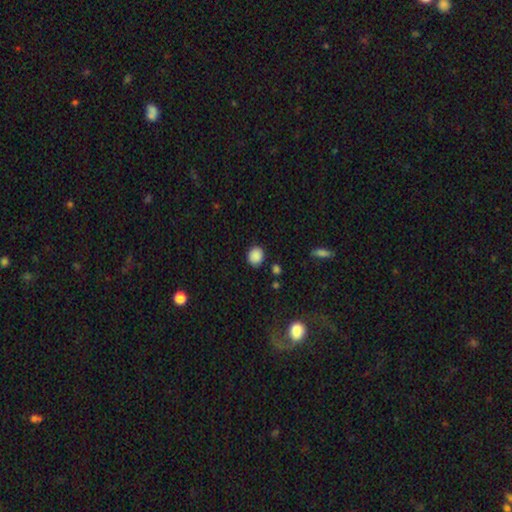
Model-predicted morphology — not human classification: smooth_or_featured: smooth (p=0.87) [alt: star or artifact p=0.09]
how_rounded: round (p=0.71) [alt: in between p=0.28]
merging: none (p=0.86) [alt: minor disturbance p=0.09]